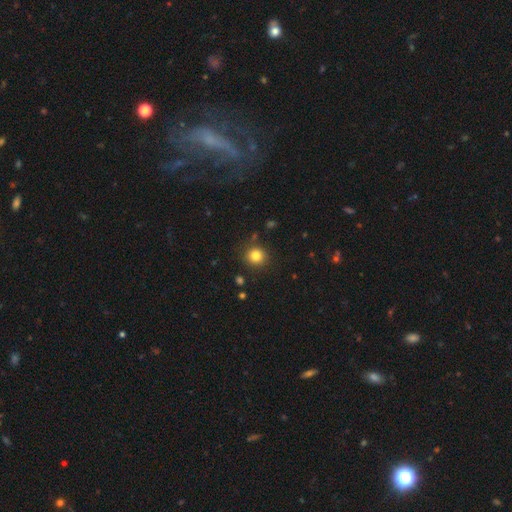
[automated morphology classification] A smooth galaxy with no disk features (82%) that is round (91%). Merging: none (87%).